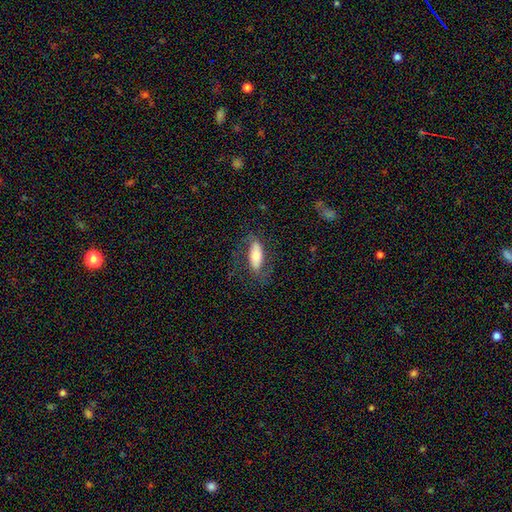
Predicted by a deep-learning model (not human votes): Smooth or featured? Predicted: smooth (p=0.57). How rounded? Predicted: in between (p=0.71). Merging? Predicted: none (p=0.68).